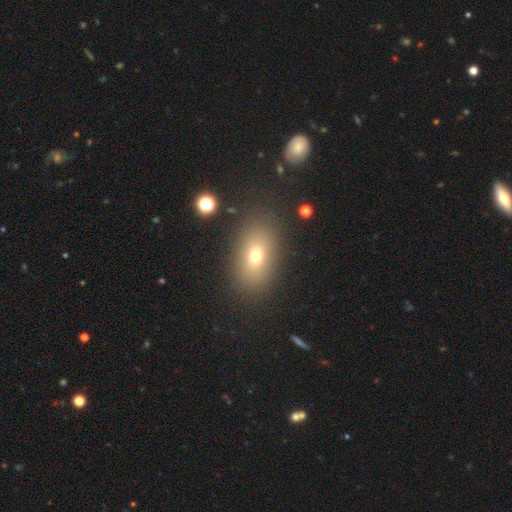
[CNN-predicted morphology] smooth-or-featured: smooth: 69% | featured or disk: 17% | star or artifact: 14%
  how-rounded: in between: 83% | round: 15% | cigar-shaped: 3%
  merging: none: 83% | minor disturbance: 10% | major disturbance: 5% | merger: 2%